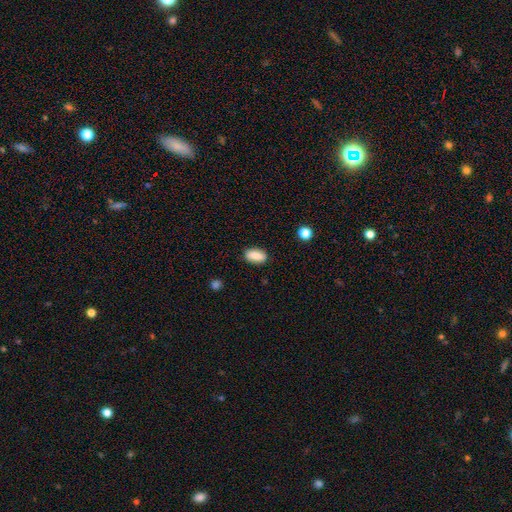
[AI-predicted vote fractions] Smooth or featured: smooth — 80% (featured or disk — 12%)
How rounded: in between — 86% (round — 7%)
Merging: none — 86% (minor disturbance — 10%)